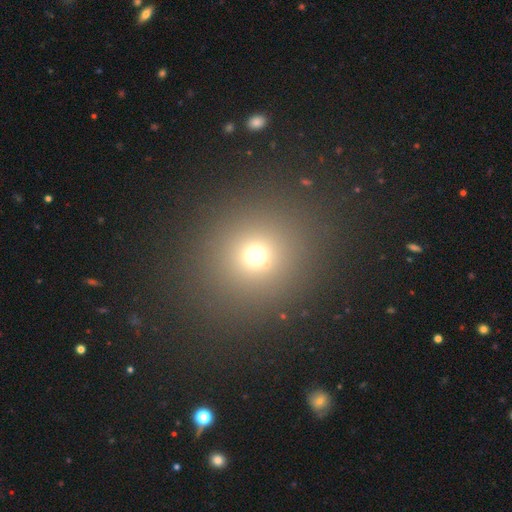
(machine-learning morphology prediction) smooth_or_featured: smooth (p=0.67) [alt: star or artifact p=0.24]
how_rounded: round (p=0.91) [alt: in between p=0.08]
merging: none (p=0.87) [alt: minor disturbance p=0.06]